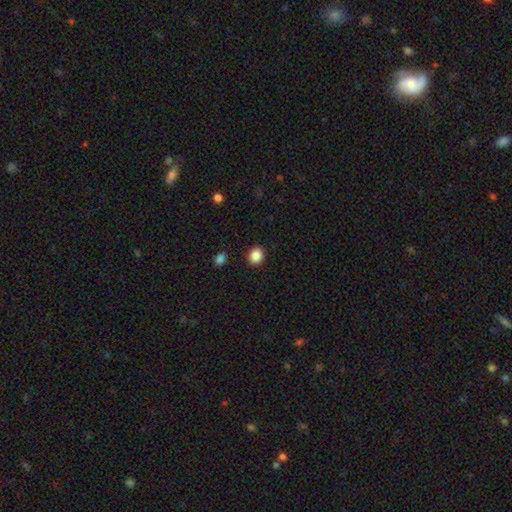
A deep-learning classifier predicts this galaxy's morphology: Q: Smooth or featured?
A: smooth (86%); runner-up: star or artifact (10%)
Q: How rounded?
A: round (79%); runner-up: in between (20%)
Q: Merging?
A: none (91%); runner-up: minor disturbance (5%)